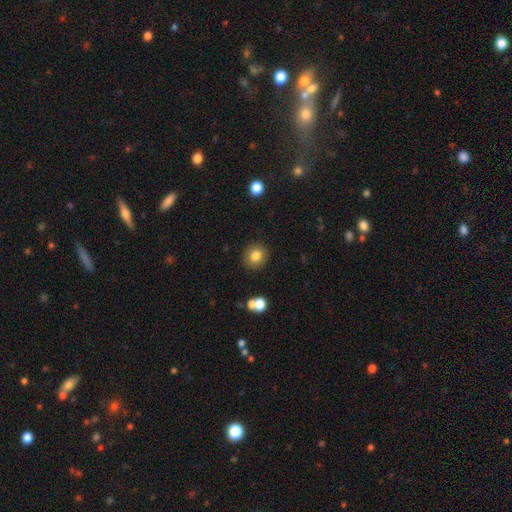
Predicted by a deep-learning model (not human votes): A smooth galaxy with no disk features (82%) that is round (86%).

Vote fractions:
- Smooth or featured? smooth: 82% / star or artifact: 11% / featured or disk: 7%
- How rounded? round: 86% / in between: 13% / cigar-shaped: 1%
- Merging? none: 88% / minor disturbance: 7% / merger: 3% / major disturbance: 2%